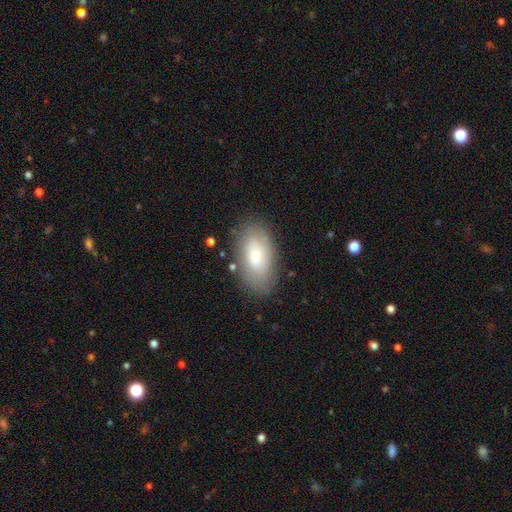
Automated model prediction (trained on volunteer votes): Morphology: type=smooth (65%); roundness=in between (92%); merging=none (81%).